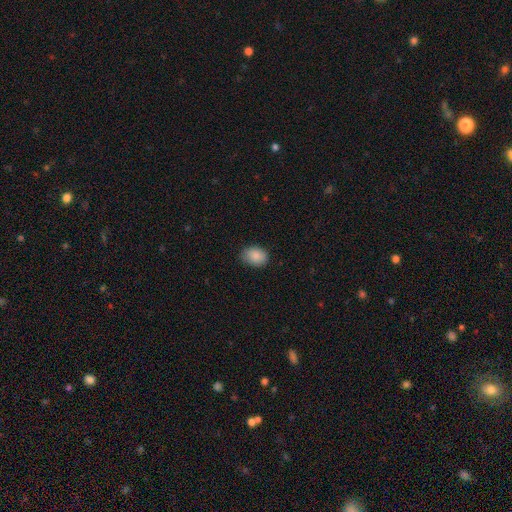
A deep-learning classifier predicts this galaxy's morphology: type=smooth (88%); roundness=in between (72%); merging=none (80%).